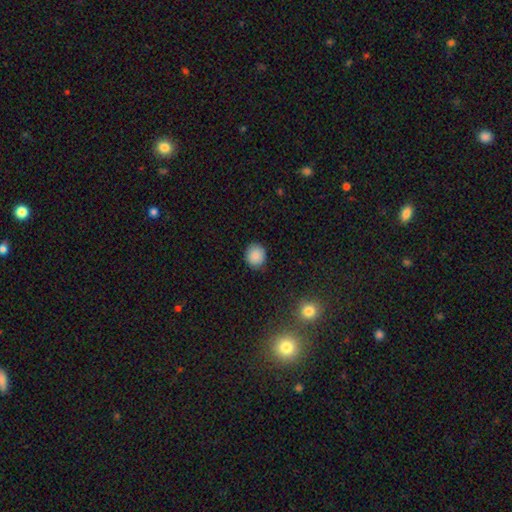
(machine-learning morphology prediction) Smooth or featured?
  - smooth: 88% *
  - star or artifact: 9%
  - featured or disk: 3%
How rounded?
  - round: 84% *
  - in between: 15%
  - cigar-shaped: 1%
Merging?
  - none: 90% *
  - minor disturbance: 7%
  - major disturbance: 2%
  - merger: 1%